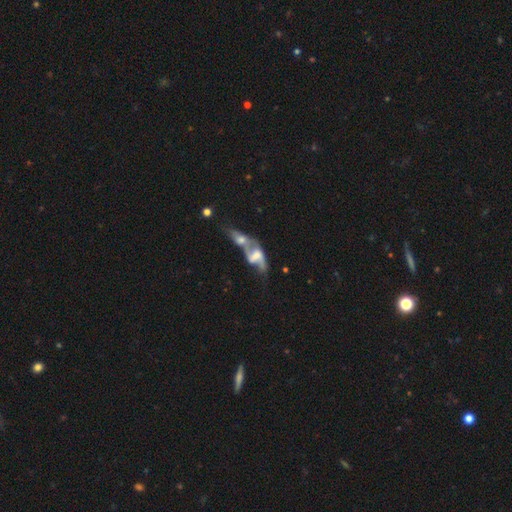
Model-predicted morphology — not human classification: Smooth or featured: featured or disk — 68% (smooth — 24%)
Edge-on disk: no — 89% (yes — 11%)
Bar: weak — 40% (no — 35%)
Spiral arms: yes — 75% (no — 25%)
Bulge size: moderate — 34% (none — 23%)
Merging: merger — 69% (none — 13%)